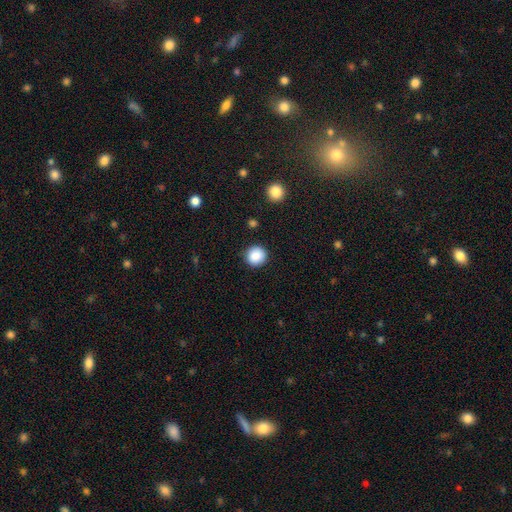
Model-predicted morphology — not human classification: Q: Smooth or featured?
A: smooth (87%); runner-up: star or artifact (9%)
Q: How rounded?
A: round (94%); runner-up: in between (6%)
Q: Merging?
A: none (90%); runner-up: minor disturbance (6%)